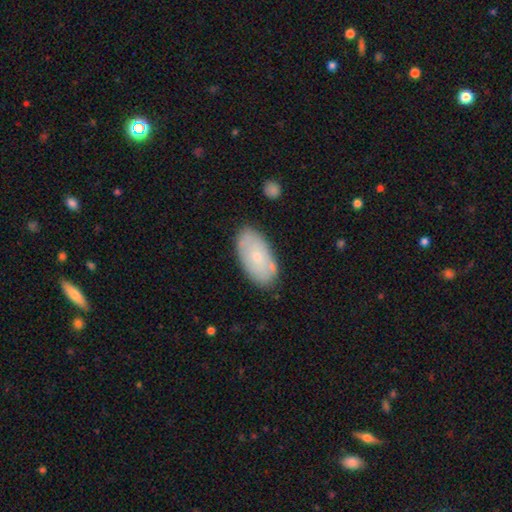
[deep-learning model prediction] Q: Smooth or featured?
A: smooth (57%); runner-up: featured or disk (37%)
Q: How rounded?
A: in between (94%); runner-up: round (3%)
Q: Merging?
A: none (81%); runner-up: minor disturbance (14%)